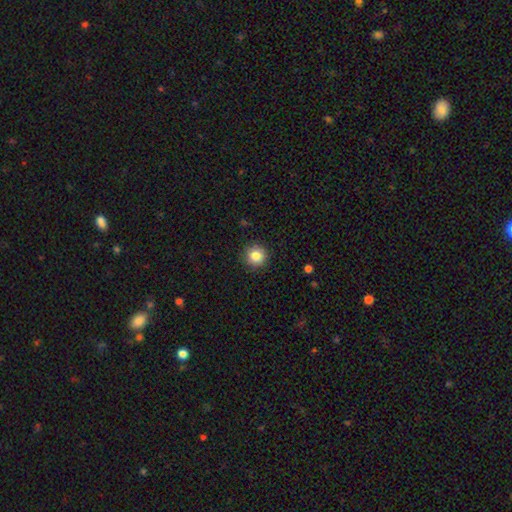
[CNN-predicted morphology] The model was most divided on "smooth or featured": smooth: 84%, star or artifact: 10%, featured or disk: 6%. More confident: how rounded — round (94%); merging — none (90%).